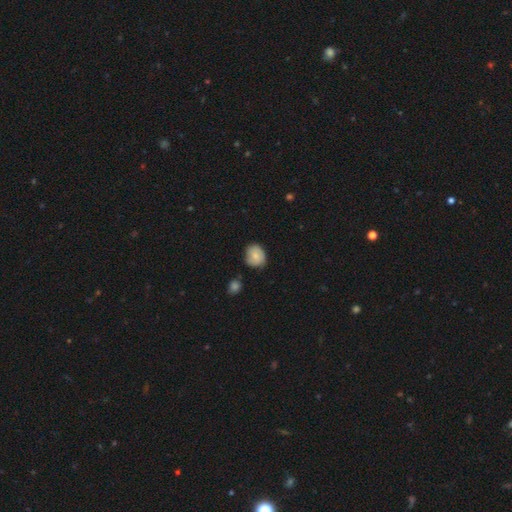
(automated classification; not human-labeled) A smooth galaxy with no disk features (72%) that is round (70%). Merging: none (67%).